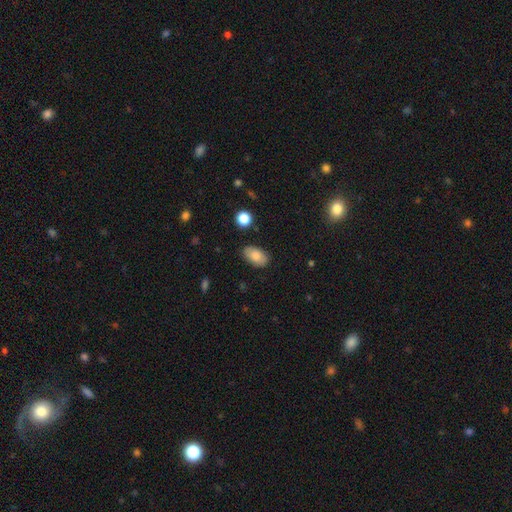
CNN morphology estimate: smooth_or_featured: smooth (p=0.83) [alt: featured or disk p=0.10]
how_rounded: in between (p=0.92) [alt: round p=0.06]
merging: none (p=0.84) [alt: minor disturbance p=0.12]